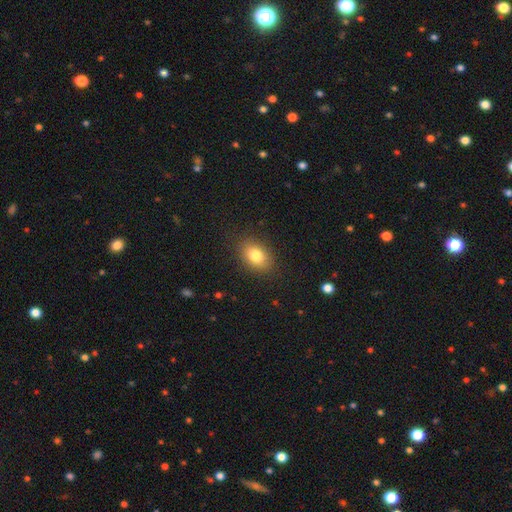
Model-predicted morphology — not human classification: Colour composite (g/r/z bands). It shows a smooth galaxy with no disk features (81%) that is in between round and cigar-shaped (79%). Merging: none (86%).